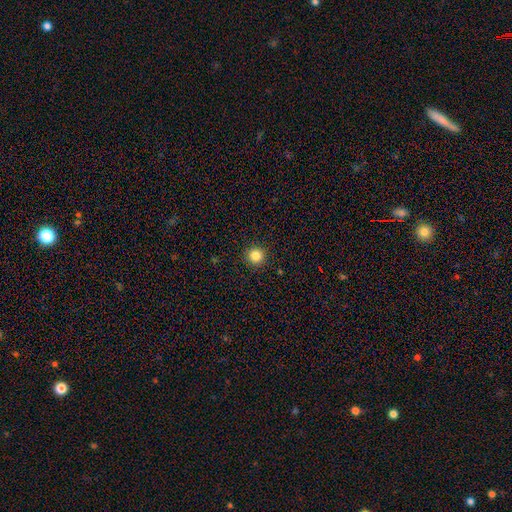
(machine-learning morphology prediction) This appears to be a smooth galaxy with no disk features (84%) that is round (95%). Merging: none (93%).